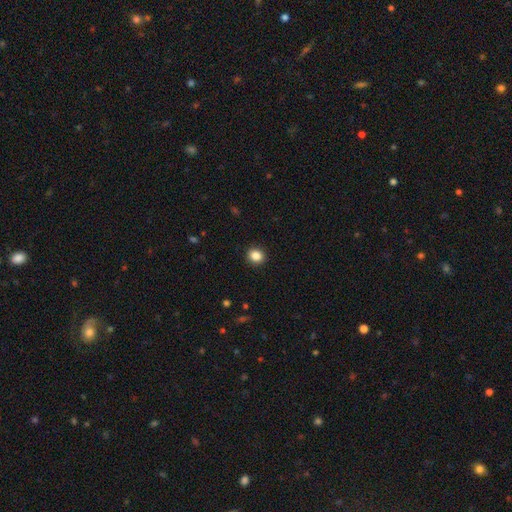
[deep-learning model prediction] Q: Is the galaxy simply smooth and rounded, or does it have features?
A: smooth — 86%.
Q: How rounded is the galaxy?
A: round — 77%.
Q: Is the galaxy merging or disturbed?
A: none — 92%.